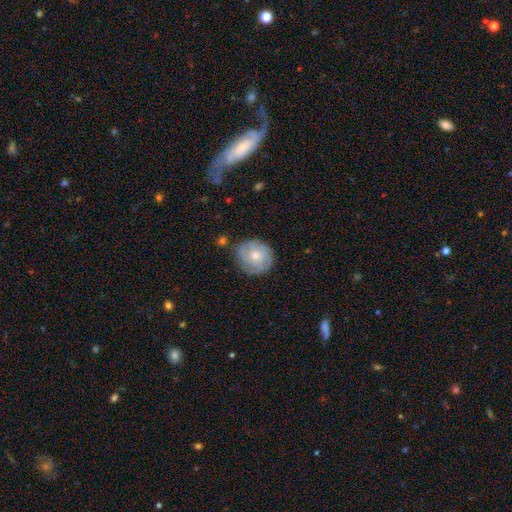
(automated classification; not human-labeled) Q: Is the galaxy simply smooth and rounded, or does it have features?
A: featured or disk — 55%.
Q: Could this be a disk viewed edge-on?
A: no — 97%.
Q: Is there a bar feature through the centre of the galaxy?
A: no — 81%.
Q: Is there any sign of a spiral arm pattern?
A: yes — 81%.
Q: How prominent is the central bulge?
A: moderate — 58%.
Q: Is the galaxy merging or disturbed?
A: none — 79%.